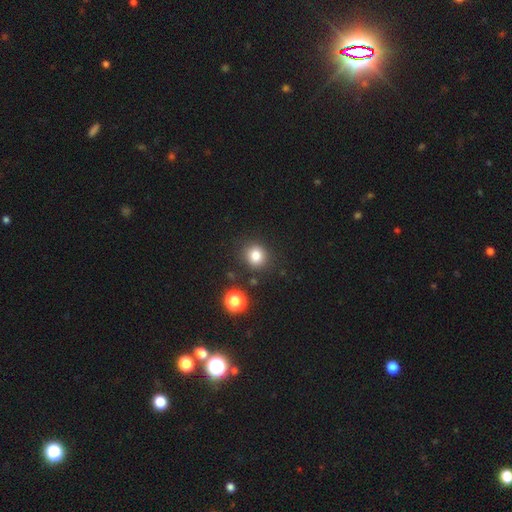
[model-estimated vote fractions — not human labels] Smooth or featured? Predicted: smooth (p=0.81). How rounded? Predicted: round (p=0.81). Merging? Predicted: none (p=0.85).